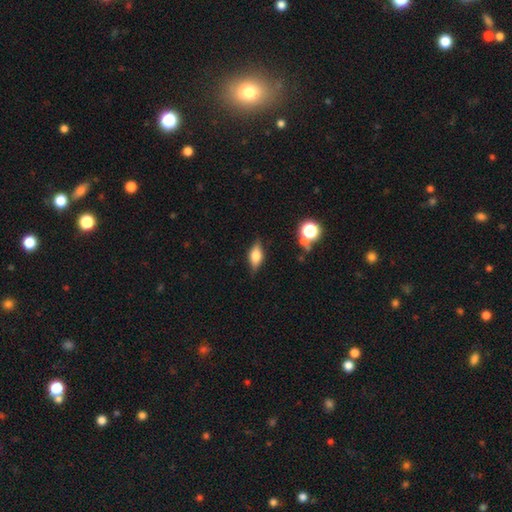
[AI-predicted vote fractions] A smooth galaxy with no disk features (53%) that is in between round and cigar-shaped (74%).

Vote fractions:
- Smooth or featured? smooth: 53% / featured or disk: 37% / star or artifact: 10%
- How rounded? in between: 74% / cigar-shaped: 19% / round: 7%
- Merging? none: 79% / minor disturbance: 15% / major disturbance: 4% / merger: 2%